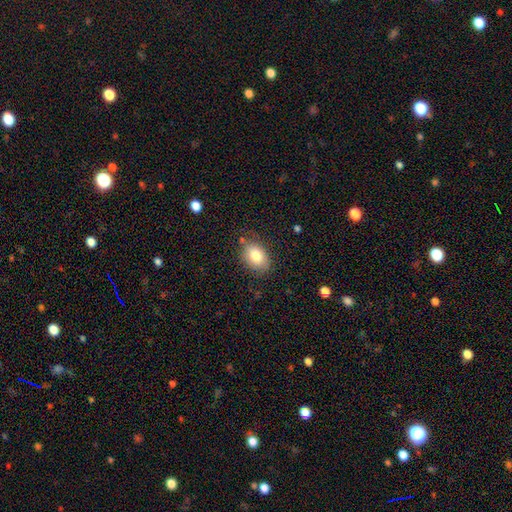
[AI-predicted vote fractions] This is clearly a smooth galaxy (80%). How rounded: clearly in between (80%). Merging: likely none (75%).